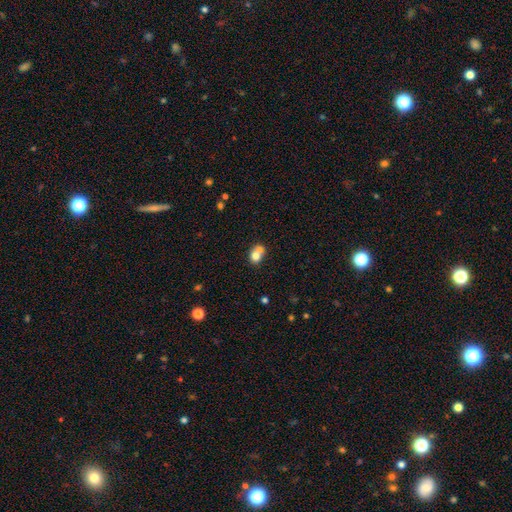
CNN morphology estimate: smooth 73%, featured or disk 17%, star or artifact 10%. Down the decision tree: how rounded — round (59%); merging — merger (56%).